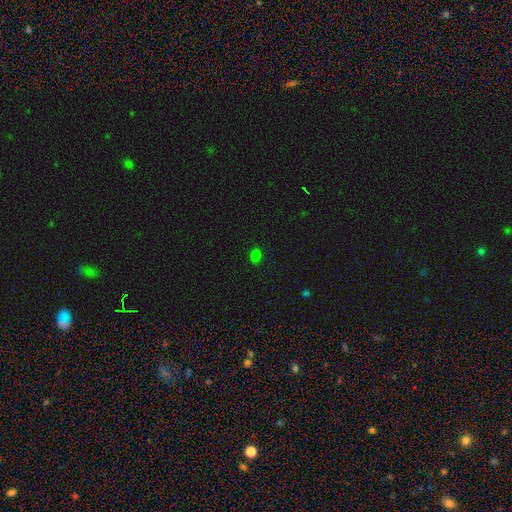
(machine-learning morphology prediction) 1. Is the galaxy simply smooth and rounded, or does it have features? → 78% smooth, 18% star or artifact, 4% featured or disk.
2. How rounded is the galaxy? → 68% in between, 30% round, 1% cigar-shaped.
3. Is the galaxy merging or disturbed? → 88% none, 9% minor disturbance, 2% major disturbance, 1% merger.